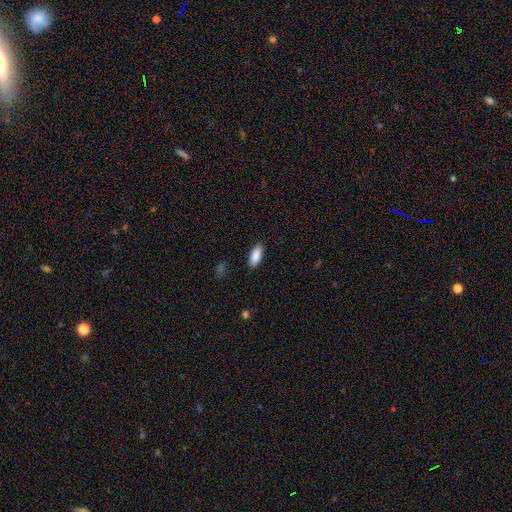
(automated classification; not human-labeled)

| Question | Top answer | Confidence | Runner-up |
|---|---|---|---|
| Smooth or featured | smooth | 89% | star or artifact (6%) |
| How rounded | in between | 86% | cigar-shaped (12%) |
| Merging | none | 88% | minor disturbance (9%) |